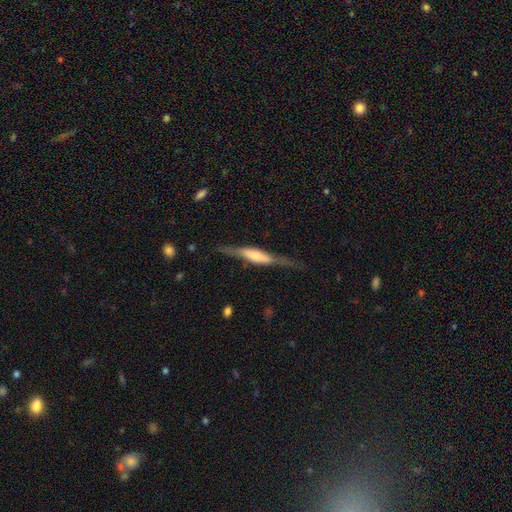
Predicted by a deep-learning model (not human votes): This appears to be a featured or disk galaxy (67%) viewed edge-on (93%) with a rounded central bulge (55%). Merging: none (72%).